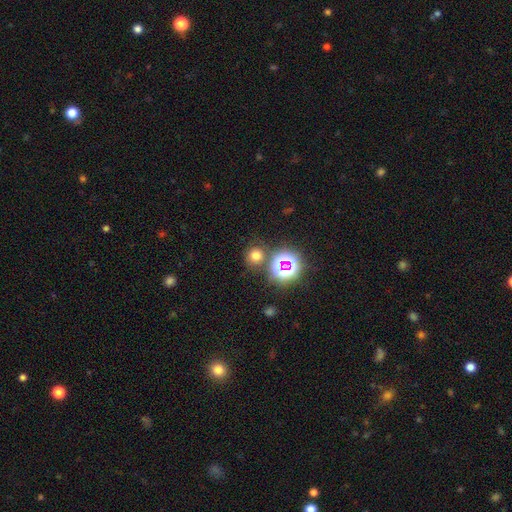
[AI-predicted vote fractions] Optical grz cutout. It shows a smooth galaxy with no disk features (65%) that is round (88%). Merging: none (79%).